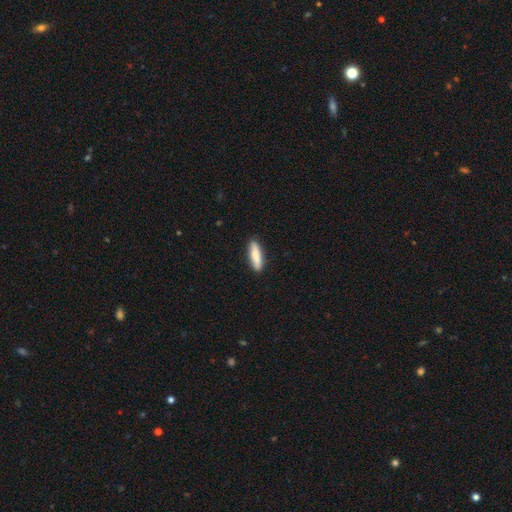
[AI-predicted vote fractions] Smooth or featured?
  - smooth: 80% *
  - featured or disk: 14%
  - star or artifact: 5%
How rounded?
  - cigar-shaped: 70% *
  - in between: 29%
  - round: 2%
Merging?
  - none: 89% *
  - minor disturbance: 8%
  - major disturbance: 2%
  - merger: 1%